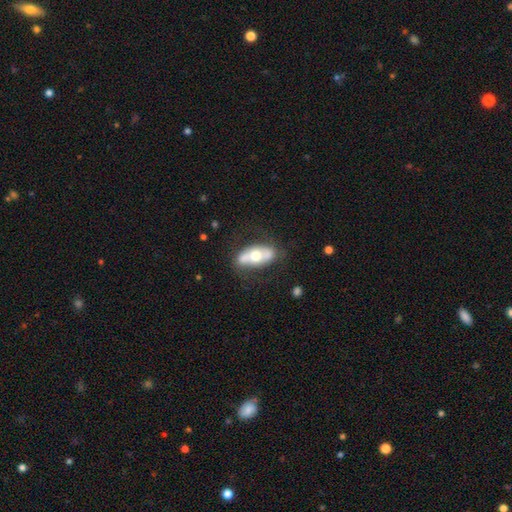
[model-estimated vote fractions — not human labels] This appears to be a featured or disk galaxy (50%). Merging: none (67%).